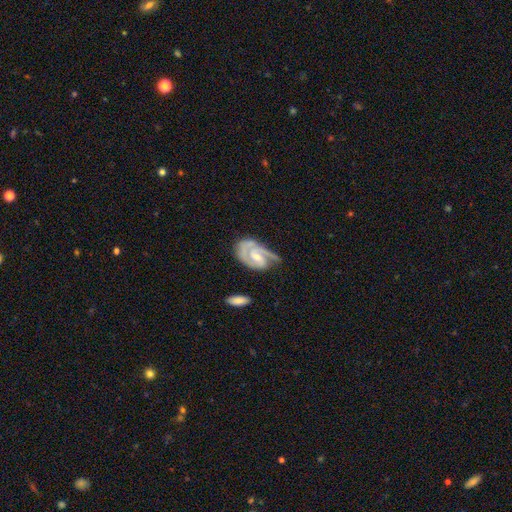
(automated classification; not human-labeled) This is clearly a featured or disk galaxy (87%). It is clearly not viewed edge-on (97%). Bar: possibly weak (50%). Spiral arm pattern: clearly yes (96%). Spiral arm count: likely 2 (66%). Spiral winding: possibly tight (45%). Central bulge: possibly small (46%). Merging: possibly none (51%).